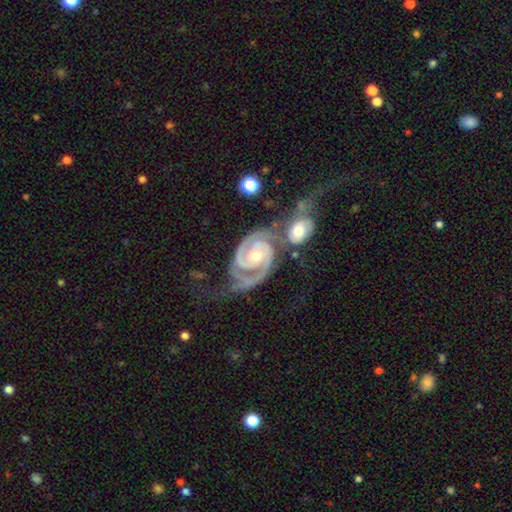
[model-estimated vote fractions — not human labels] The model was most divided on "merging": merger: 35%, none: 34%, minor disturbance: 17%, major disturbance: 14%. More confident: spiral arms — yes (99%); edge-on disk — no (98%); smooth or featured — featured or disk (94%); spiral arm count — 2 (85%); spiral winding — tight (63%); bar — no (57%); bulge size — moderate (57%).